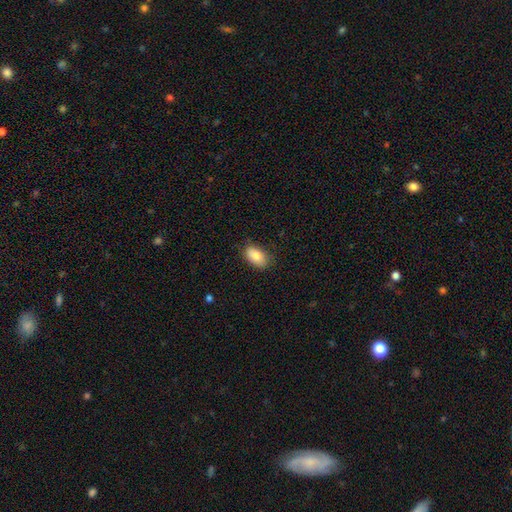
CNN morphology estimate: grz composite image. It shows a smooth galaxy with no disk features (86%) that is in between round and cigar-shaped (92%). Merging: none (79%).